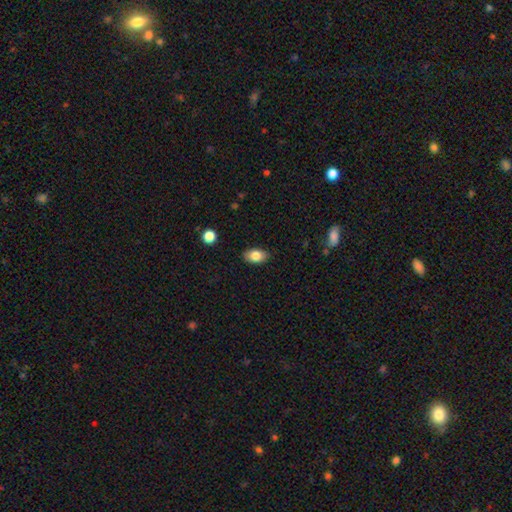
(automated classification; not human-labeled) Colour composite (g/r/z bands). It shows a smooth galaxy with no disk features (82%) that is in between round and cigar-shaped (88%). Merging: none (85%).